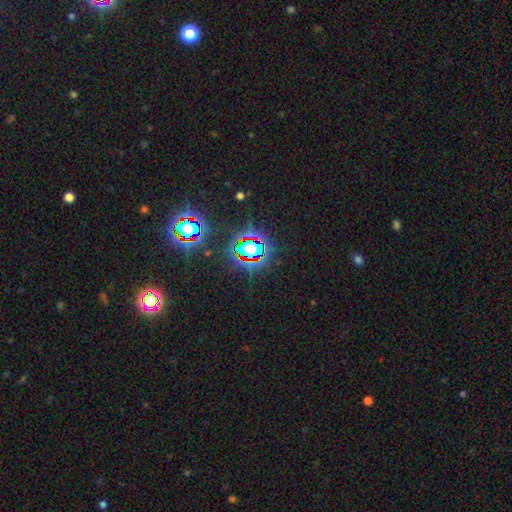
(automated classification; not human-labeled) Smooth or featured?
  - star or artifact: 72% *
  - smooth: 17%
  - featured or disk: 10%